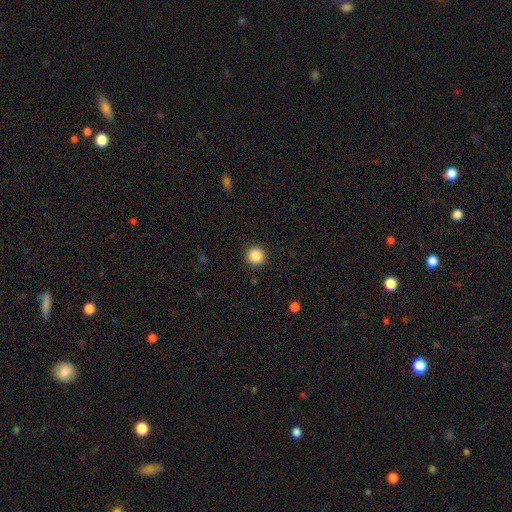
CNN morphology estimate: This appears to be a smooth galaxy with no disk features (87%) that is round (96%). Merging: none (92%).